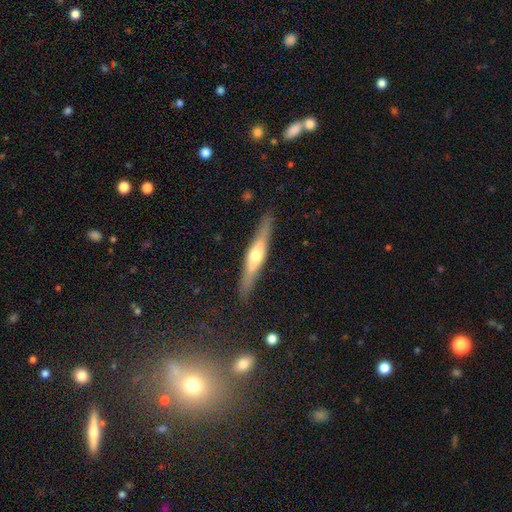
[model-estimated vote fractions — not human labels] A featured or disk galaxy (63%) viewed edge-on (94%) with a rounded central bulge (89%). Merging: none (87%).